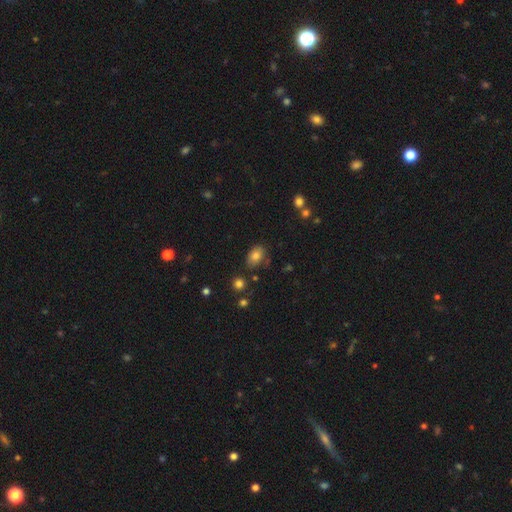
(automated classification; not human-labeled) Smooth or featured?
  - smooth: 80% *
  - star or artifact: 11%
  - featured or disk: 9%
How rounded?
  - in between: 84% *
  - round: 15%
  - cigar-shaped: 1%
Merging?
  - none: 74% *
  - minor disturbance: 17%
  - merger: 4%
  - major disturbance: 4%